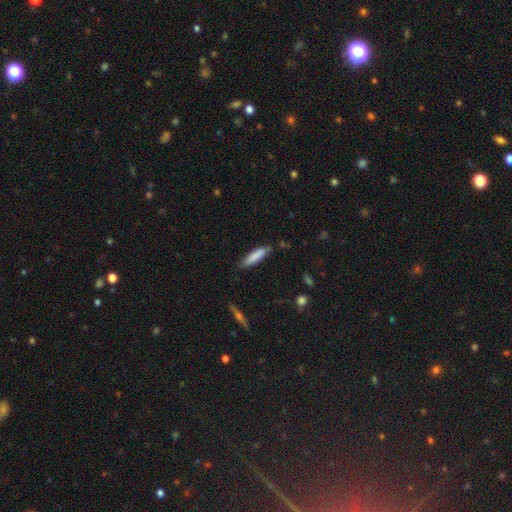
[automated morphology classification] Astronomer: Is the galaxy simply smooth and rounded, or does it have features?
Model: smooth — 82%.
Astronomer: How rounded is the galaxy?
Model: cigar-shaped — 76%.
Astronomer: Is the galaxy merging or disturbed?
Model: none — 78%.